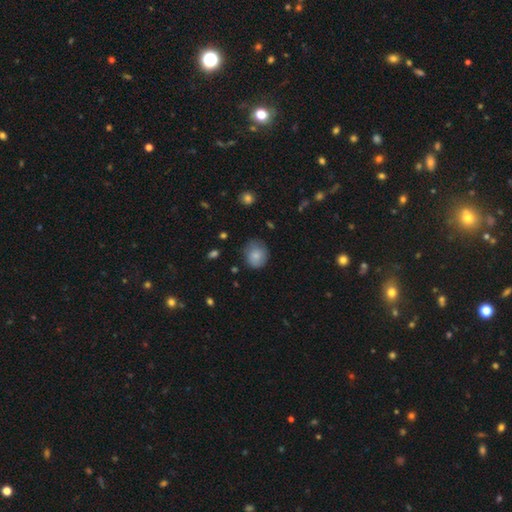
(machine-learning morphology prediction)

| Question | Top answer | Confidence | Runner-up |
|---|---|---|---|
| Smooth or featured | smooth | 82% | featured or disk (10%) |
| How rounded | round | 72% | in between (28%) |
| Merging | none | 69% | minor disturbance (24%) |